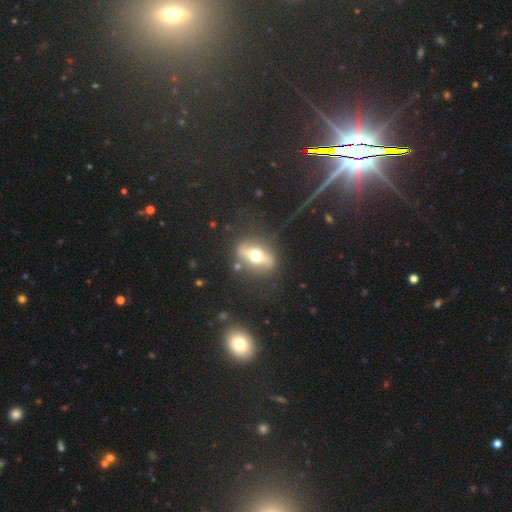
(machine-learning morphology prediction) The model was most divided on "edge-on disk": no: 52%, yes: 48%. More confident: merging — none (72%); smooth or featured — featured or disk (61%).